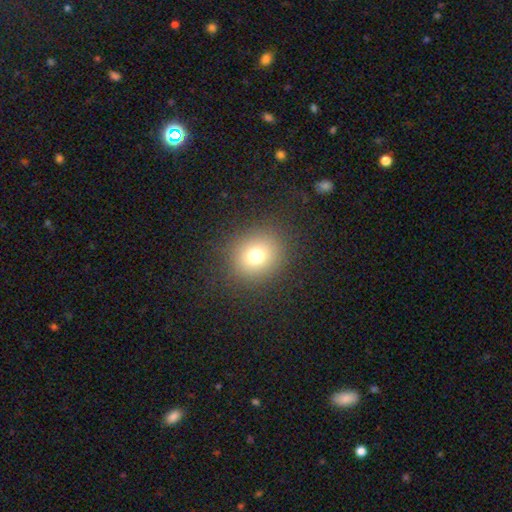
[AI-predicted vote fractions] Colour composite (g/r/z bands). It shows a smooth galaxy with no disk features (74%) that is round (80%). Merging: none (87%).